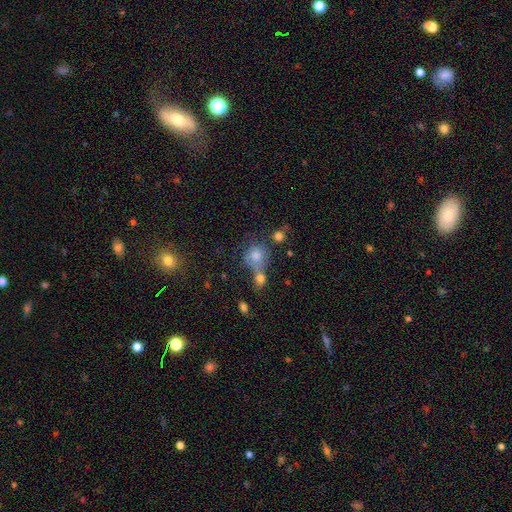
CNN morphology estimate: A smooth galaxy with no disk features (75%) that is round (77%).

Vote fractions:
- Smooth or featured? smooth: 75% / featured or disk: 13% / star or artifact: 11%
- How rounded? round: 77% / in between: 21% / cigar-shaped: 1%
- Merging? merger: 39% / none: 37% / minor disturbance: 14% / major disturbance: 10%